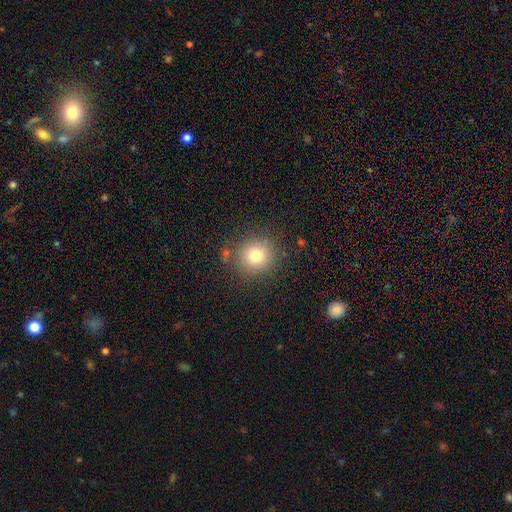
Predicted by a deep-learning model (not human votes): This is likely a smooth galaxy (76%). How rounded: clearly round (88%). Merging: clearly none (82%).